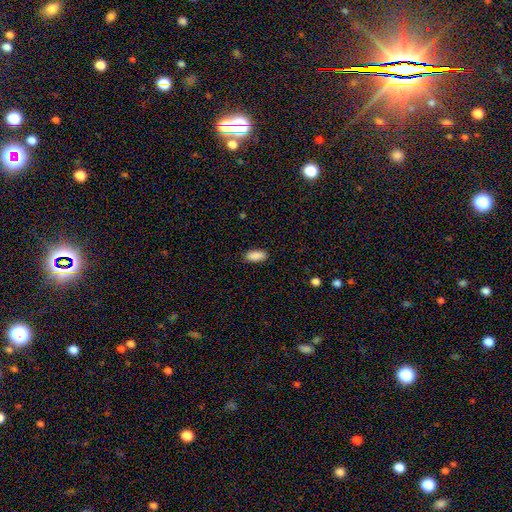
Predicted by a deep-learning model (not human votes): A smooth galaxy with no disk features (90%) that is in between round and cigar-shaped (89%).

Vote fractions:
- Smooth or featured? smooth: 90% / star or artifact: 7% / featured or disk: 3%
- How rounded? in between: 89% / cigar-shaped: 9% / round: 2%
- Merging? none: 89% / minor disturbance: 8% / major disturbance: 2% / merger: 1%